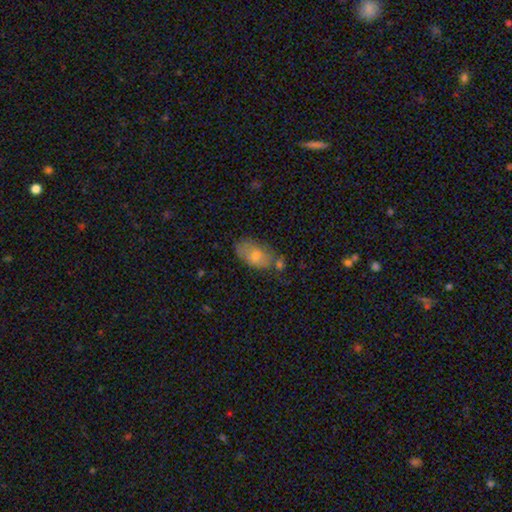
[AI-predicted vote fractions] Overall: smooth (68%). How rounded: in between (90%). Merging: none (55%; minor disturbance 24%).